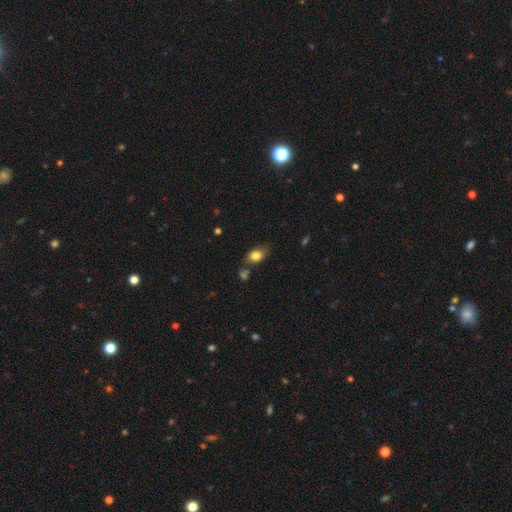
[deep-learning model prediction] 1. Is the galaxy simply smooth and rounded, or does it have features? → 81% smooth, 10% featured or disk, 9% star or artifact.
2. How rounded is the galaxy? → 80% in between, 17% round, 2% cigar-shaped.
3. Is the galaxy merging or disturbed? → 65% none, 21% minor disturbance, 9% merger, 5% major disturbance.